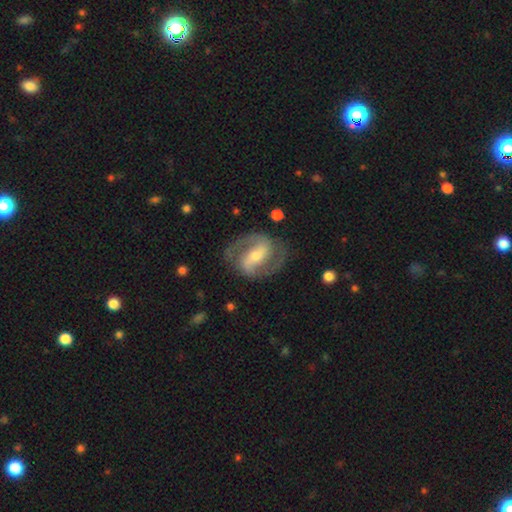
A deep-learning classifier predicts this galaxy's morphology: Smooth or featured? featured or disk (87%)
Edge-on disk? no (97%)
Bar? strong (52%)
Spiral arms? yes (94%)
Spiral winding? medium (56%)
Spiral arm count? 2 (91%)
Bulge size? moderate (49%)
Merging? none (80%)